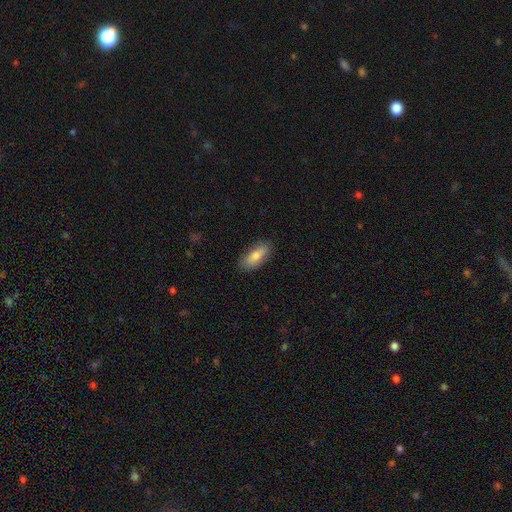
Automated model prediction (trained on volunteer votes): Overall: smooth (78%). How rounded: in between (80%). Merging: none (84%).